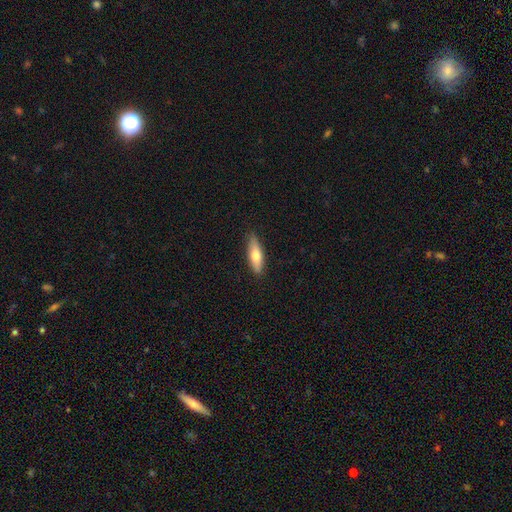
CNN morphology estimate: Smooth or featured? Predicted: smooth (p=0.68). How rounded? Predicted: cigar-shaped (p=0.53). Merging? Predicted: none (p=0.87).